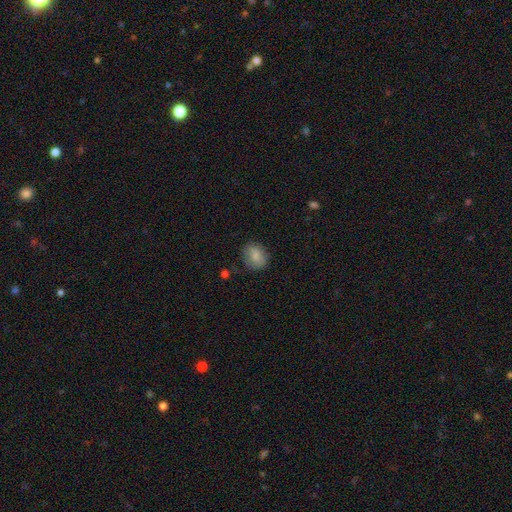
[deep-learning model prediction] smooth 80%, featured or disk 12%, star or artifact 8%. Down the decision tree: how rounded — round (57%); merging — none (78%).